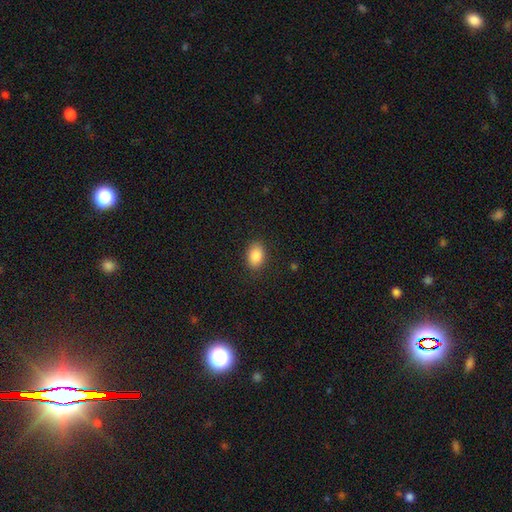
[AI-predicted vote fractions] A smooth galaxy with no disk features (87%) that is in between round and cigar-shaped (81%).

Vote fractions:
- Smooth or featured? smooth: 87% / star or artifact: 8% / featured or disk: 5%
- How rounded? in between: 81% / round: 17% / cigar-shaped: 1%
- Merging? none: 87% / minor disturbance: 9% / major disturbance: 3% / merger: 1%